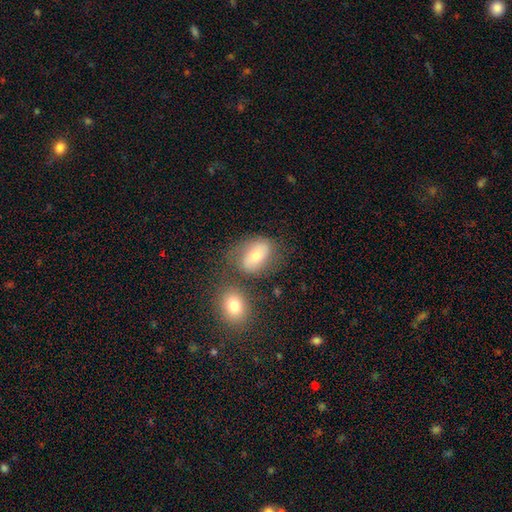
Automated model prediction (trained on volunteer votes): Smooth or featured? smooth (67%)
How rounded? in between (82%)
Merging? none (55%)